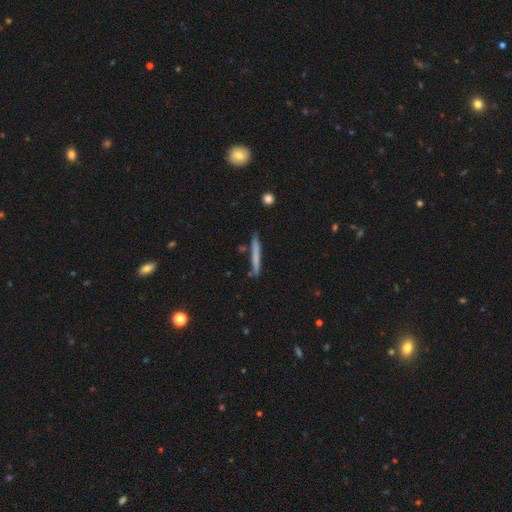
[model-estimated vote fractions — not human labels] A smooth galaxy with no disk features (63%) that is cigar-shaped (96%). Merging: none (85%).